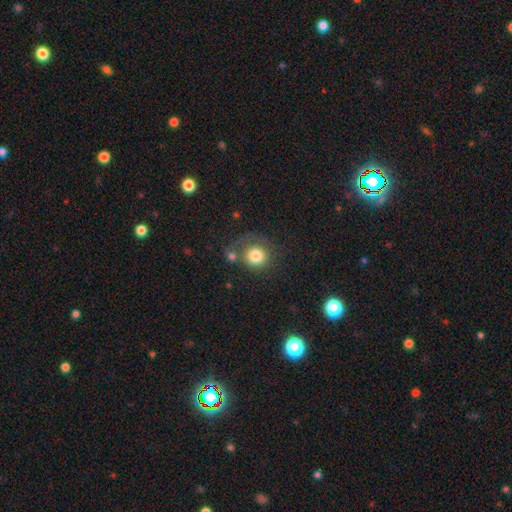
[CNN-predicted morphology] smooth-or-featured: smooth: 79% | featured or disk: 11% | star or artifact: 10%
  how-rounded: round: 88% | in between: 11% | cigar-shaped: 1%
  merging: none: 56% | merger: 17% | minor disturbance: 16% | major disturbance: 11%